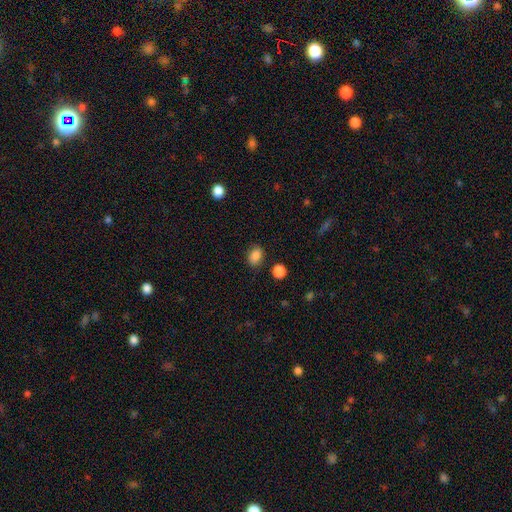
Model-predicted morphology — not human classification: A smooth galaxy with no disk features (86%) that is in between round and cigar-shaped (70%).

Vote fractions:
- Smooth or featured? smooth: 86% / star or artifact: 10% / featured or disk: 4%
- How rounded? in between: 70% / round: 29% / cigar-shaped: 1%
- Merging? none: 82% / minor disturbance: 12% / major disturbance: 3% / merger: 3%